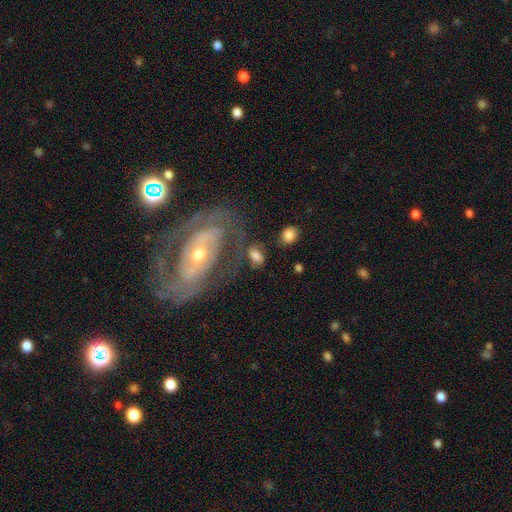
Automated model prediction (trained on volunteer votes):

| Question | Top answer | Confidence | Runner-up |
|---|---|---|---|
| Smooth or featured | smooth | 62% | featured or disk (28%) |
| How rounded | in between | 81% | round (16%) |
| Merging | none | 57% | minor disturbance (18%) |